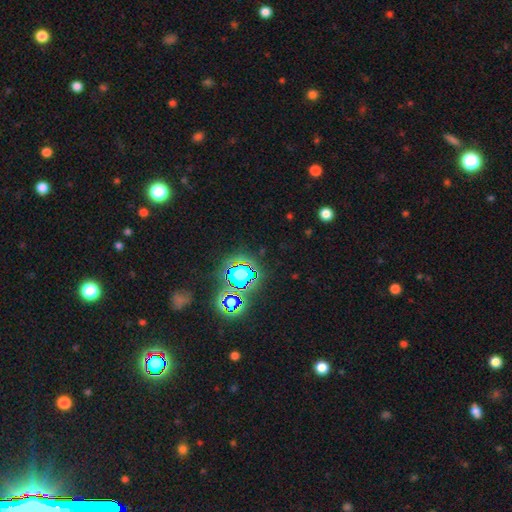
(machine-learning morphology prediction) Smooth or featured? Predicted: star or artifact (p=0.82).